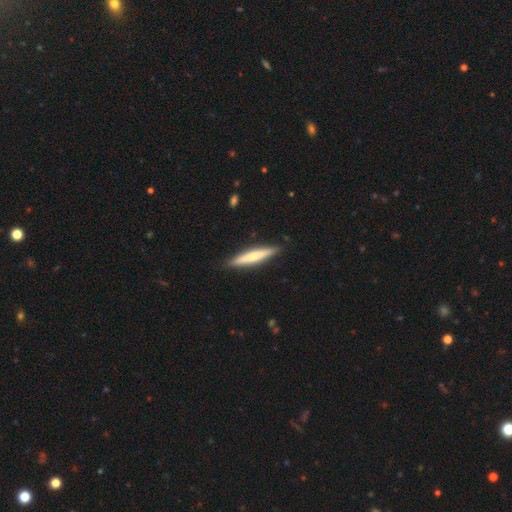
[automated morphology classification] smooth_or_featured: smooth (p=0.54) [alt: featured or disk p=0.41]
how_rounded: cigar-shaped (p=0.92) [alt: in between p=0.07]
merging: none (p=0.90) [alt: minor disturbance p=0.07]